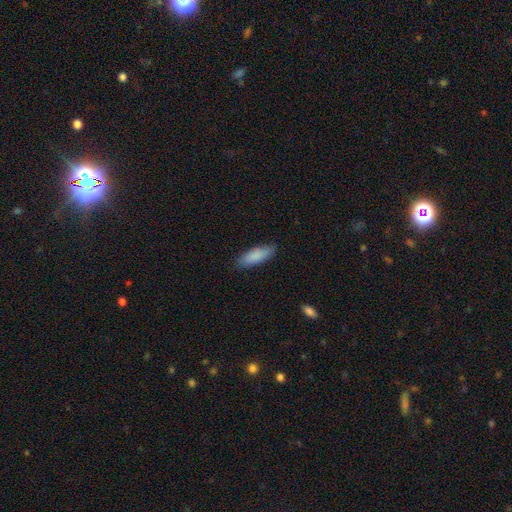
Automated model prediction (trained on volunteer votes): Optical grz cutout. It shows a smooth galaxy with no disk features (87%) that is in between round and cigar-shaped (61%). Merging: none (84%).